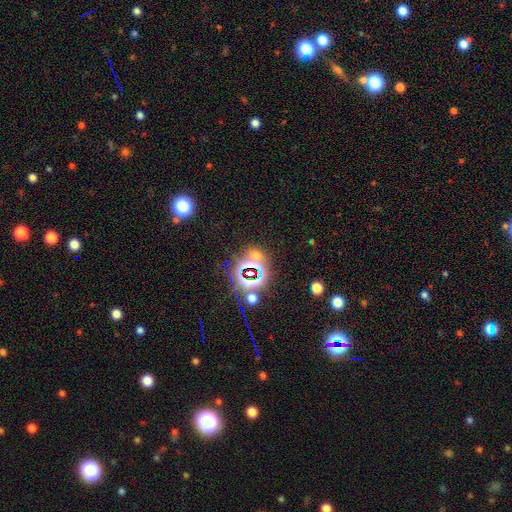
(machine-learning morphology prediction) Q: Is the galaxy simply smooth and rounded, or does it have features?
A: star or artifact — 61%.